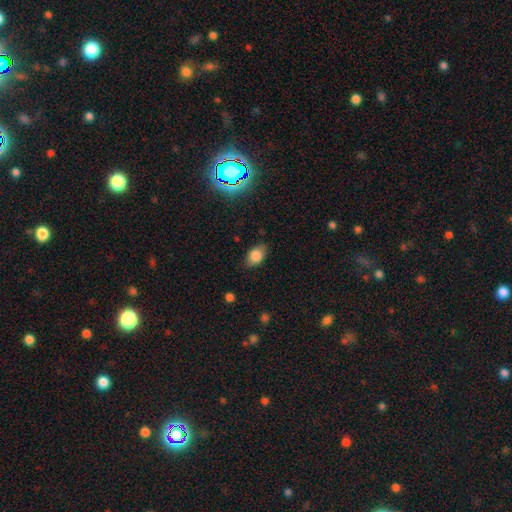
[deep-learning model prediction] This appears to be a smooth galaxy with no disk features (81%) that is in between round and cigar-shaped (81%). Merging: none (80%).